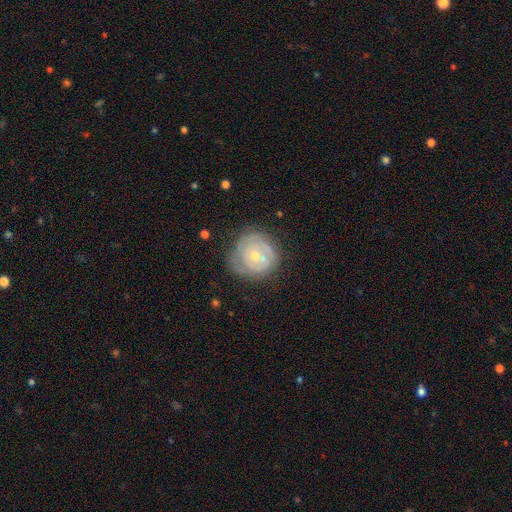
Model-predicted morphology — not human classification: Overall: featured or disk (72%). Edge-on disk: no (97%). Bar: no (71%). Spiral arms: yes (84%). Spiral arm count: can't tell (40%; 2 32%). Spiral winding: tight (74%). Bulge size: small (63%; moderate 34%). Merging: none (72%).